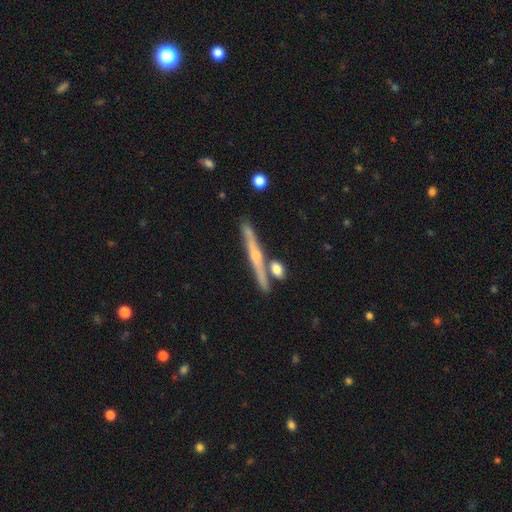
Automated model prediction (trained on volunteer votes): A featured or disk galaxy (72%) viewed edge-on (95%) with a rounded central bulge (80%).

Vote fractions:
- Smooth or featured? featured or disk: 72% / smooth: 20% / star or artifact: 8%
- Edge-on disk? yes: 95% / no: 5%
- Edge-on bulge? rounded: 80% / none: 15% / boxy: 5%
- Merging? none: 74% / merger: 12% / minor disturbance: 11% / major disturbance: 4%